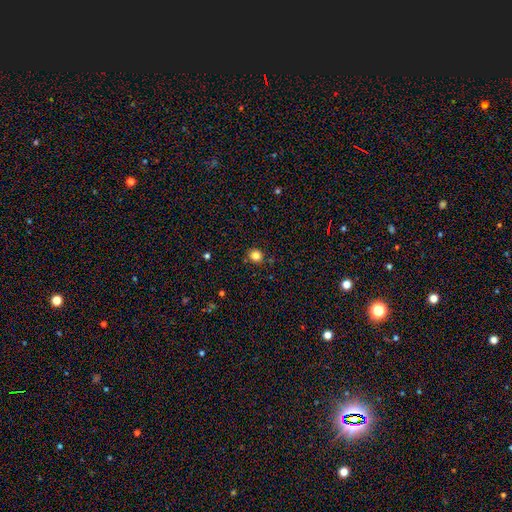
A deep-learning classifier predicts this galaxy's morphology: Smooth or featured: smooth — 82% (star or artifact — 13%)
How rounded: round — 86% (in between — 13%)
Merging: none — 89% (minor disturbance — 8%)